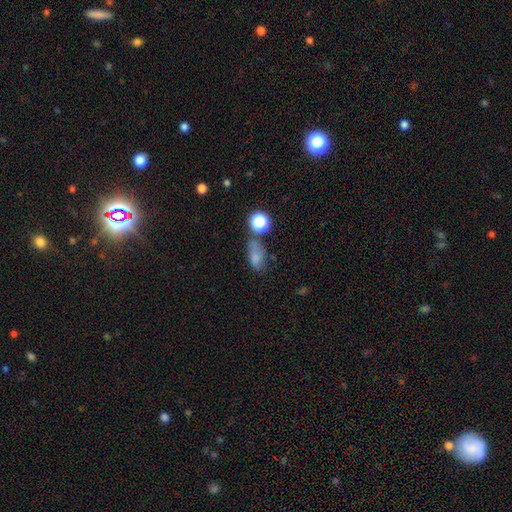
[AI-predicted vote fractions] Q: Smooth or featured?
A: smooth (73%); runner-up: star or artifact (17%)
Q: How rounded?
A: in between (76%); runner-up: round (17%)
Q: Merging?
A: none (47%); runner-up: minor disturbance (26%)